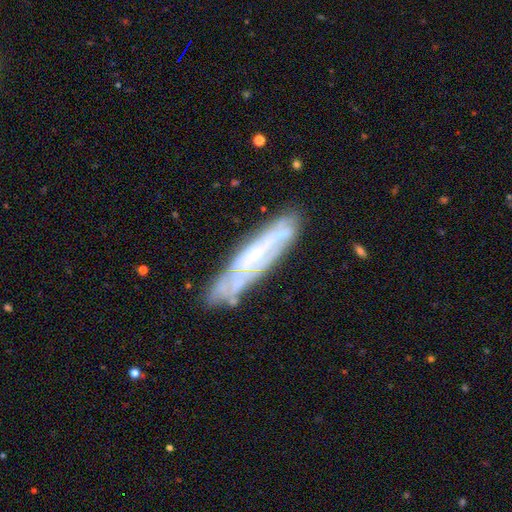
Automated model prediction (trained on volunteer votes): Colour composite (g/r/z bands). It shows a featured or disk galaxy (69%). Merging: none (75%).